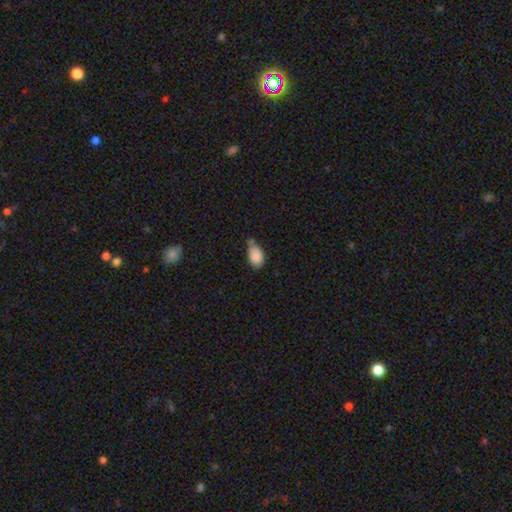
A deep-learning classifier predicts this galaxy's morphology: Overall: smooth (86%). How rounded: in between (87%). Merging: minor disturbance (46%; none 34%).